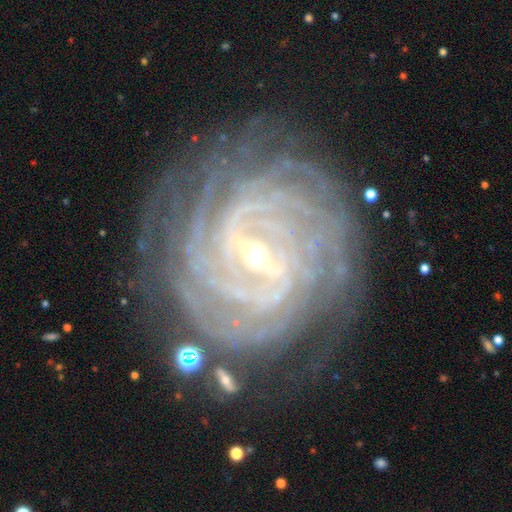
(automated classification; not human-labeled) This appears to be a featured or disk galaxy (91%) with a strong bar (46%), 4 (26%) tight (84%) spiral arms (98%) and a small central bulge (77%). Merging: none (81%).